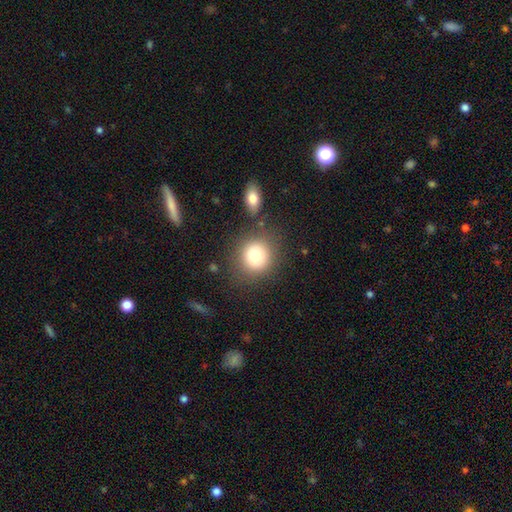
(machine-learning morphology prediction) Smooth or featured? smooth (80%)
How rounded? round (86%)
Merging? none (77%)